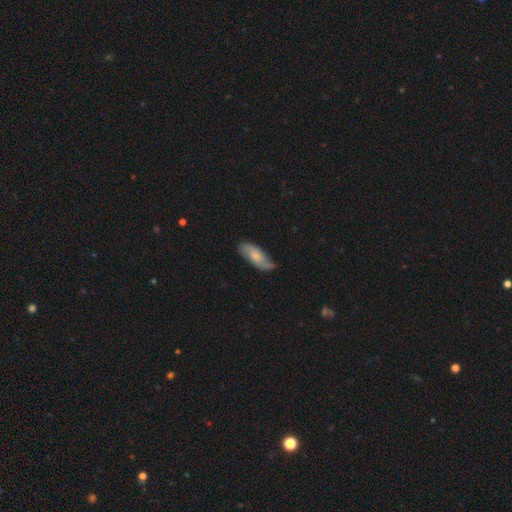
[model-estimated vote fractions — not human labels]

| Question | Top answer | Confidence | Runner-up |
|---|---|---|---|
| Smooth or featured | featured or disk | 53% | smooth (41%) |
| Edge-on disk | no | 87% | yes (13%) |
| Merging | none | 69% | minor disturbance (23%) |